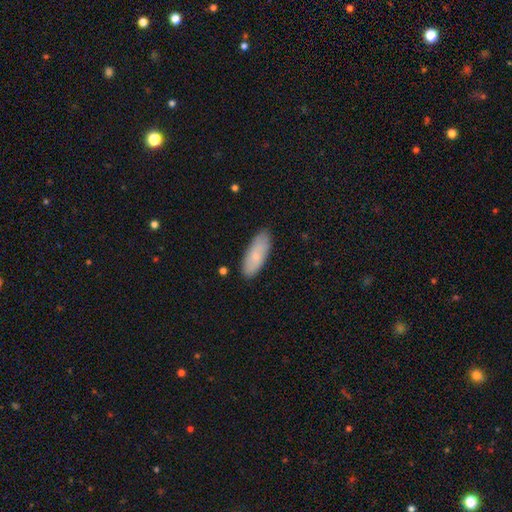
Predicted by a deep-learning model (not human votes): Morphology: type=smooth (76%); roundness=in between (73%); merging=none (81%).